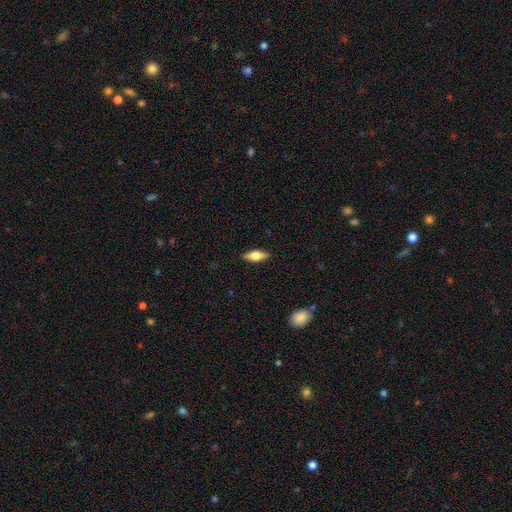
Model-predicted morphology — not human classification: smooth 57%, featured or disk 36%, star or artifact 6%. Down the decision tree: how rounded — in between (69%); merging — none (88%).